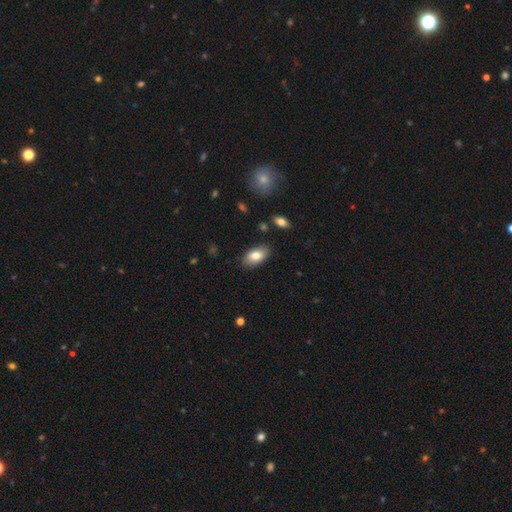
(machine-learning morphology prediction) smooth-or-featured: smooth: 82% | featured or disk: 11% | star or artifact: 7%
  how-rounded: in between: 93% | round: 5% | cigar-shaped: 2%
  merging: none: 85% | minor disturbance: 11% | major disturbance: 2% | merger: 2%